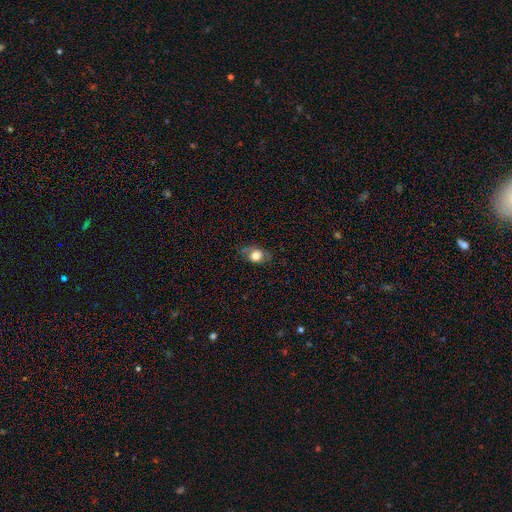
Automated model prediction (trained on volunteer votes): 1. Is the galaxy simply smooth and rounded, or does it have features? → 70% smooth, 20% featured or disk, 9% star or artifact.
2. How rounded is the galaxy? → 68% in between, 29% round, 2% cigar-shaped.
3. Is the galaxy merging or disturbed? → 71% none, 20% minor disturbance, 7% major disturbance, 1% merger.